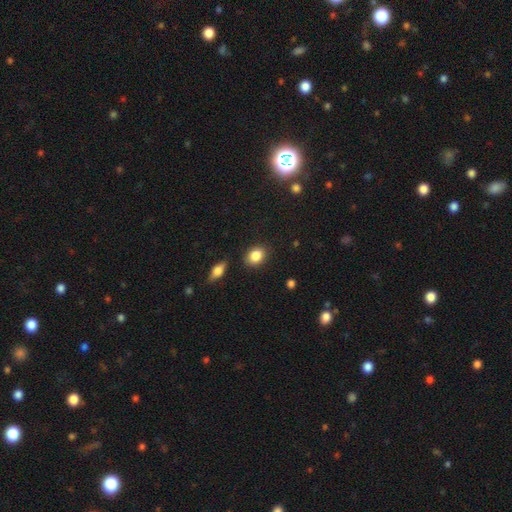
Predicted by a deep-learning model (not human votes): Smooth or featured: smooth — 85% (star or artifact — 9%)
How rounded: in between — 60% (round — 39%)
Merging: none — 84% (minor disturbance — 10%)